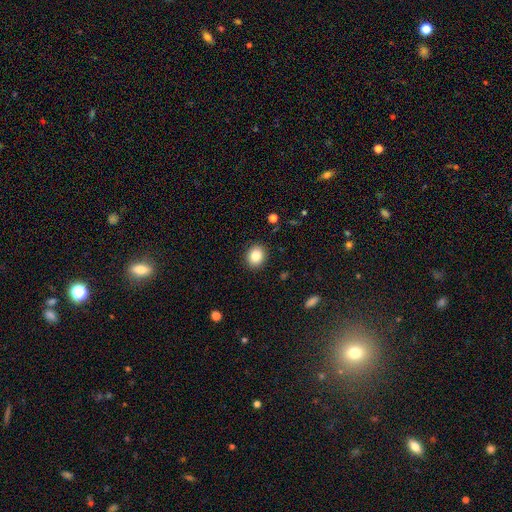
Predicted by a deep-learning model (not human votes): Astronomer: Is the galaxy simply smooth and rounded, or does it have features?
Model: smooth — 84%.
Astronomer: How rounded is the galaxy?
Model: round — 65%.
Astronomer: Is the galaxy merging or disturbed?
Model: none — 91%.